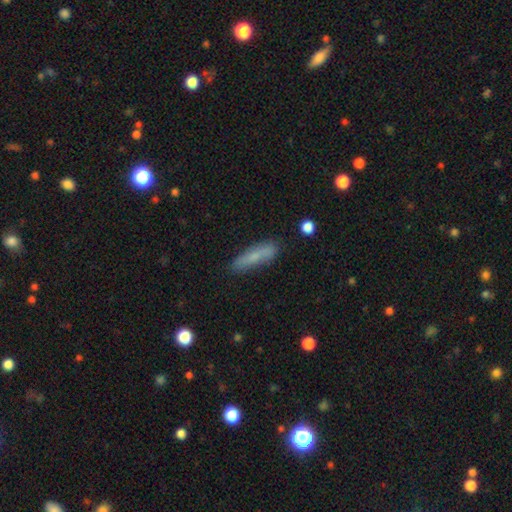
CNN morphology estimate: Q: Smooth or featured?
A: smooth (71%); runner-up: featured or disk (22%)
Q: How rounded?
A: cigar-shaped (79%); runner-up: in between (19%)
Q: Merging?
A: none (81%); runner-up: minor disturbance (14%)